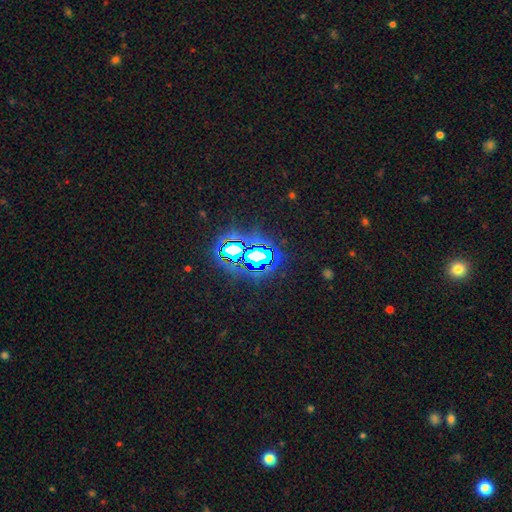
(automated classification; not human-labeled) smooth_or_featured: star or artifact (p=0.75) [alt: smooth p=0.13]